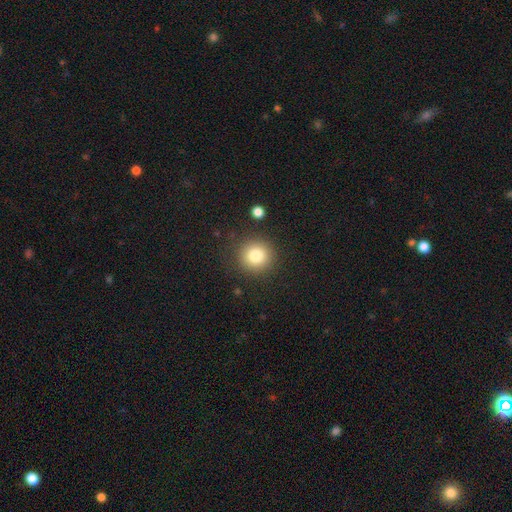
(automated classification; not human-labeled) smooth_or_featured: smooth (p=0.81) [alt: star or artifact p=0.11]
how_rounded: round (p=0.93) [alt: in between p=0.06]
merging: none (p=0.87) [alt: minor disturbance p=0.07]